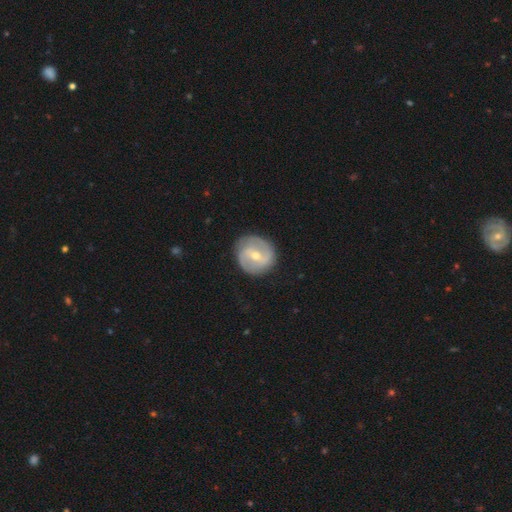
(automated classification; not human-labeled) Smooth or featured: featured or disk — 71% (smooth — 24%)
Edge-on disk: no — 97% (yes — 3%)
Bar: weak — 50% (strong — 27%)
Spiral arms: yes — 82% (no — 18%)
Spiral winding: medium — 42% (tight — 36%)
Spiral arm count: 2 — 77% (can't tell — 13%)
Bulge size: moderate — 54% (small — 43%)
Merging: none — 83% (minor disturbance — 12%)